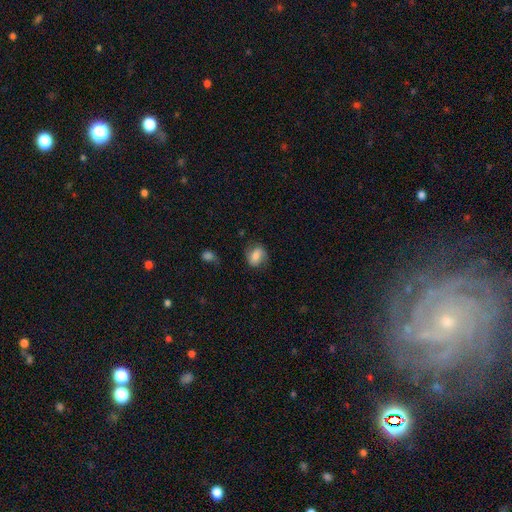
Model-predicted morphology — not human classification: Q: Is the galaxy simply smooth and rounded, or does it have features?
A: smooth — 67%.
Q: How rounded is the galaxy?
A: in between — 63%.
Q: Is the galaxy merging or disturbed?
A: none — 67%.